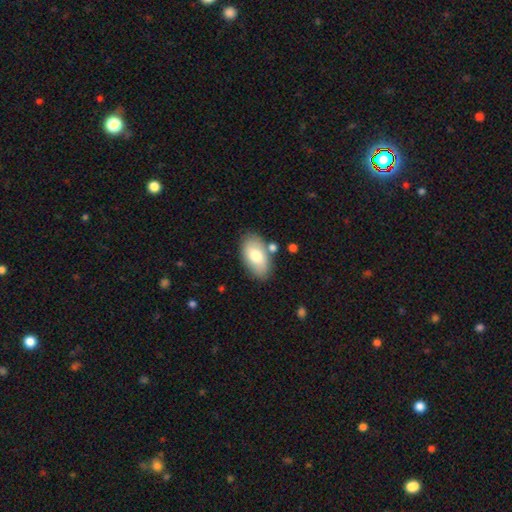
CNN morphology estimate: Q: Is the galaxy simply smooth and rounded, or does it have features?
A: smooth — 76%.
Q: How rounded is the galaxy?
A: in between — 94%.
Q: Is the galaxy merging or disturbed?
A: none — 77%.